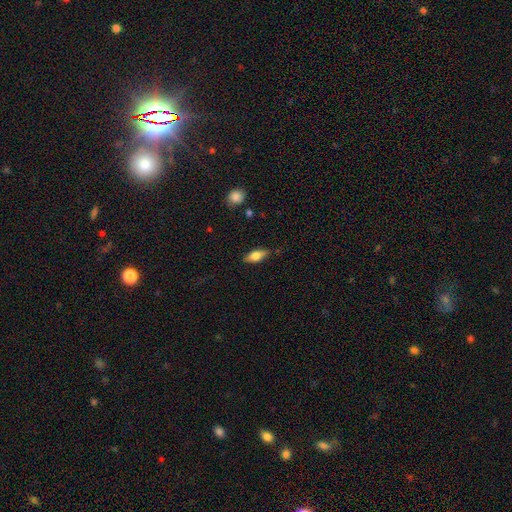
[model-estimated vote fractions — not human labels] Morphology: type=smooth (65%); roundness=in between (73%); merging=none (82%).